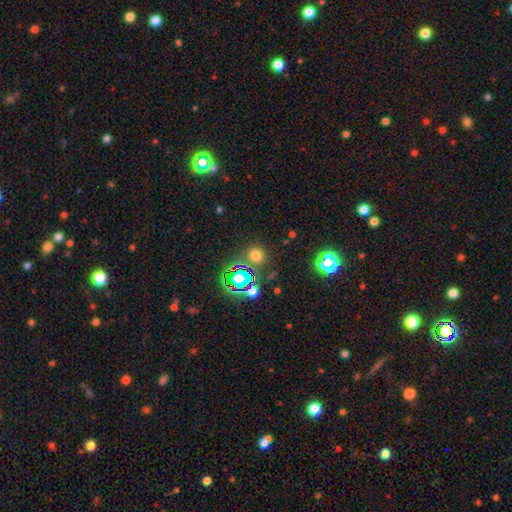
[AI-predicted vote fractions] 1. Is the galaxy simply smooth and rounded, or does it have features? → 60% smooth, 33% star or artifact, 7% featured or disk.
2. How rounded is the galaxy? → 90% round, 9% in between, 1% cigar-shaped.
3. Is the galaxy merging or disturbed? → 80% none, 9% minor disturbance, 7% merger, 4% major disturbance.